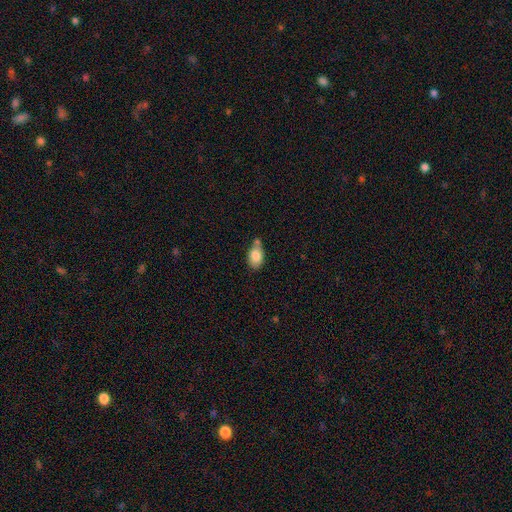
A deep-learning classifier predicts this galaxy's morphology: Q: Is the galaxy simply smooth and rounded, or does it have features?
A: smooth — 82%.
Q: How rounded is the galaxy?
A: in between — 86%.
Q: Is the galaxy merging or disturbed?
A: none — 45%.